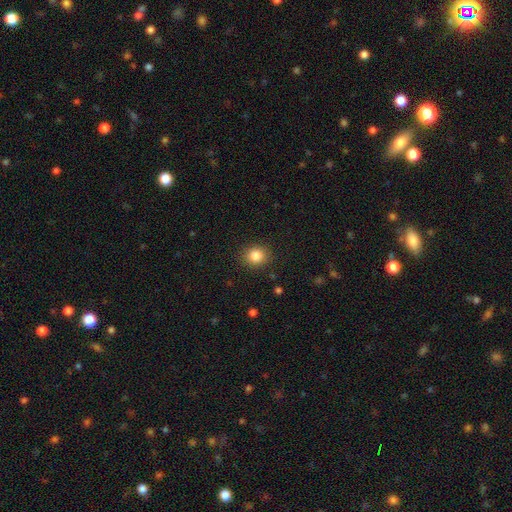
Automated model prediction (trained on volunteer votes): A smooth galaxy with no disk features (84%) that is round (80%).

Vote fractions:
- Smooth or featured? smooth: 84% / star or artifact: 11% / featured or disk: 5%
- How rounded? round: 80% / in between: 19% / cigar-shaped: 1%
- Merging? none: 89% / minor disturbance: 8% / major disturbance: 3% / merger: 1%